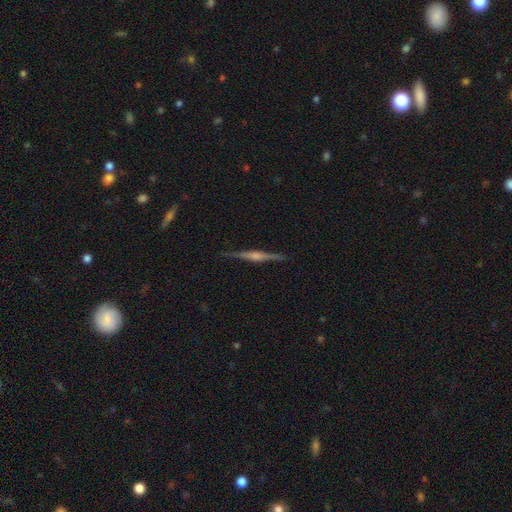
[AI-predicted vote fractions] A featured or disk galaxy (83%) viewed edge-on (98%) with a rounded central bulge (70%).

Vote fractions:
- Smooth or featured? featured or disk: 83% / smooth: 12% / star or artifact: 6%
- Edge-on disk? yes: 98% / no: 2%
- Edge-on bulge? rounded: 70% / boxy: 22% / none: 8%
- Merging? none: 90% / minor disturbance: 7% / major disturbance: 2% / merger: 1%